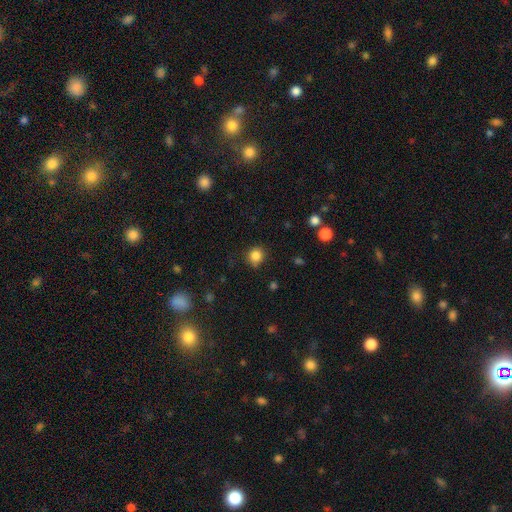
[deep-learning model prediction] Q: Smooth or featured?
A: smooth (84%); runner-up: star or artifact (11%)
Q: How rounded?
A: round (87%); runner-up: in between (12%)
Q: Merging?
A: none (81%); runner-up: minor disturbance (14%)